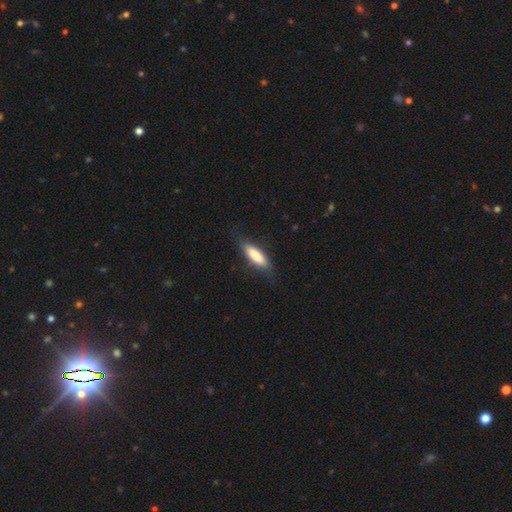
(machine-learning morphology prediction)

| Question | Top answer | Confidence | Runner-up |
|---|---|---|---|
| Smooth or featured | smooth | 78% | featured or disk (17%) |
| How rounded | cigar-shaped | 52% | in between (46%) |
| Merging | none | 73% | minor disturbance (19%) |